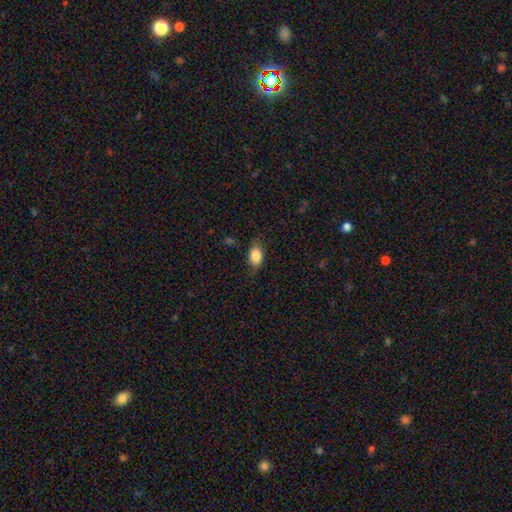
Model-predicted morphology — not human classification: type=smooth (83%); roundness=in between (81%); merging=none (72%).